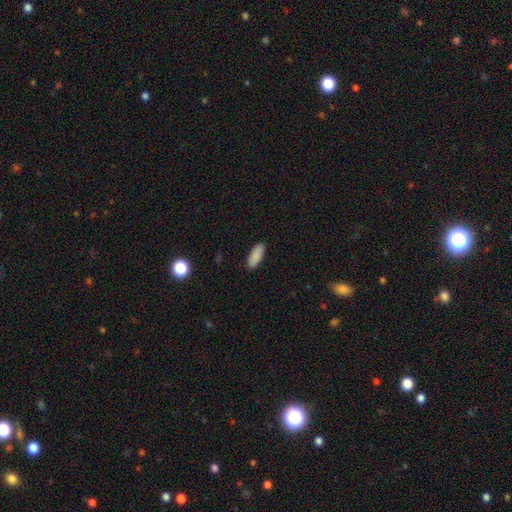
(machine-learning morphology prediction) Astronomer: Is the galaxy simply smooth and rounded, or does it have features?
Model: smooth — 89%.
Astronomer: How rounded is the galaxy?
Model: in between — 75%.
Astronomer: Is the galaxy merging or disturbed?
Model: none — 89%.